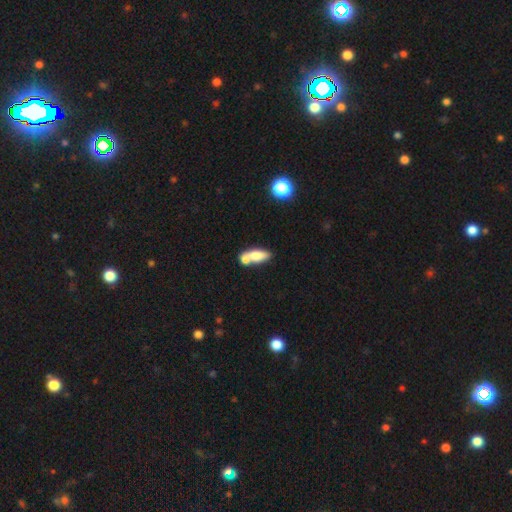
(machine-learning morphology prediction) Smooth or featured?
  - smooth: 73% *
  - featured or disk: 19%
  - star or artifact: 8%
How rounded?
  - in between: 74% *
  - cigar-shaped: 22%
  - round: 4%
Merging?
  - merger: 51% *
  - none: 33%
  - minor disturbance: 12%
  - major disturbance: 5%